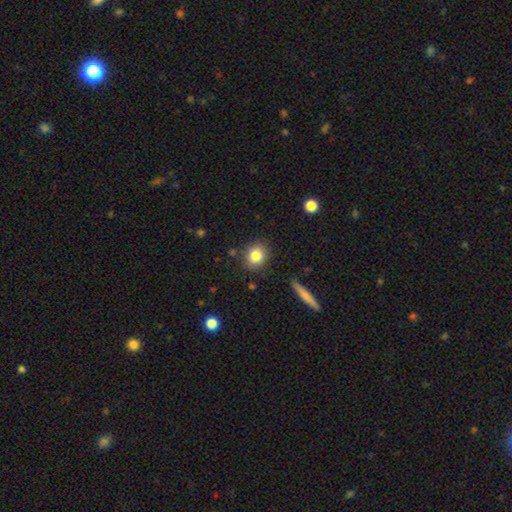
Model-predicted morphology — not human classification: Smooth or featured? smooth (83%)
How rounded? round (65%)
Merging? none (85%)